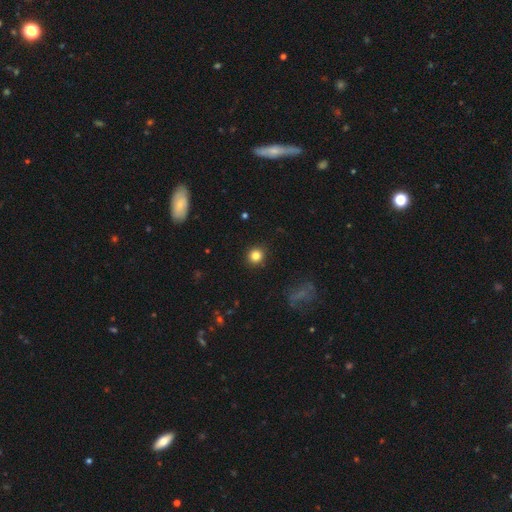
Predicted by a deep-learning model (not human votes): Smooth or featured? smooth (83%)
How rounded? round (91%)
Merging? none (91%)